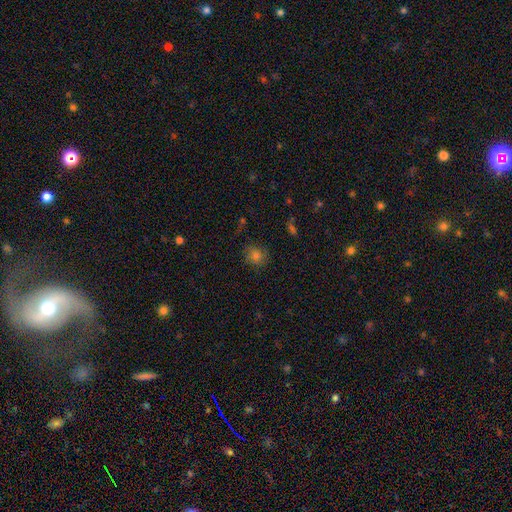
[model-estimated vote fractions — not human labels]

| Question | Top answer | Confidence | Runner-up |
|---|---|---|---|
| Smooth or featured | smooth | 73% | star or artifact (16%) |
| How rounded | round | 83% | in between (16%) |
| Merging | none | 79% | minor disturbance (15%) |